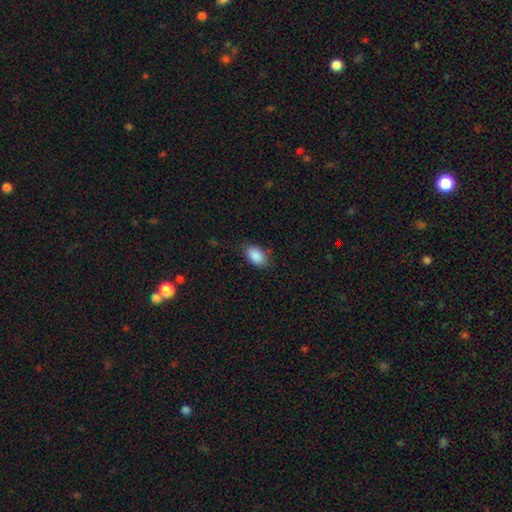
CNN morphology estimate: A smooth galaxy with no disk features (89%) that is in between round and cigar-shaped (90%).

Vote fractions:
- Smooth or featured? smooth: 89% / star or artifact: 7% / featured or disk: 4%
- How rounded? in between: 90% / round: 9% / cigar-shaped: 2%
- Merging? none: 76% / minor disturbance: 18% / major disturbance: 4% / merger: 1%